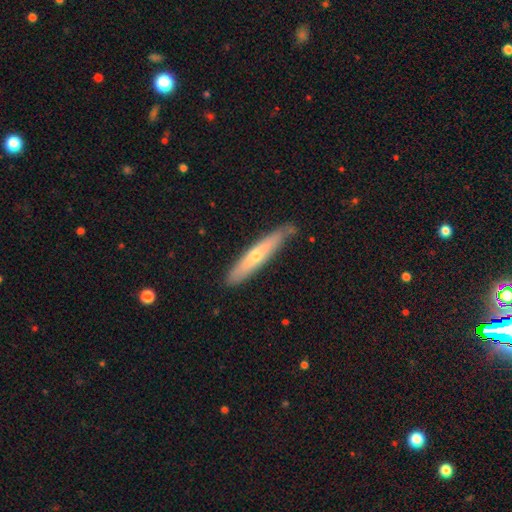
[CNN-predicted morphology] Smooth or featured? smooth (51%)
How rounded? cigar-shaped (90%)
Merging? none (76%)